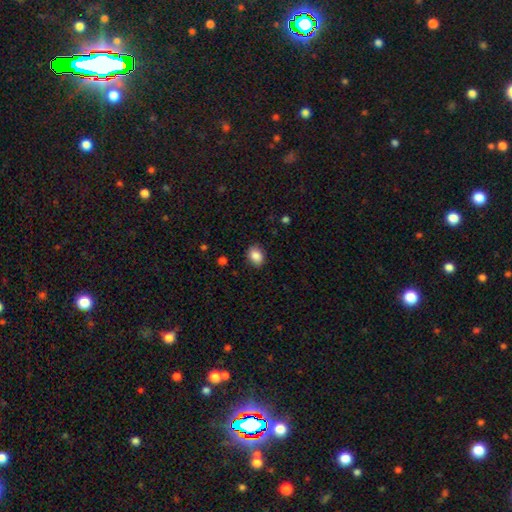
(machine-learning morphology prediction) type=smooth (88%); roundness=in between (71%); merging=none (86%).